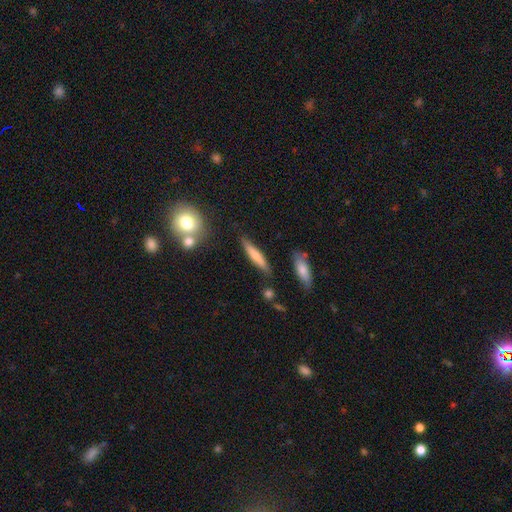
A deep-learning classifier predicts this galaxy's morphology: Q: Smooth or featured?
A: smooth (71%); runner-up: featured or disk (23%)
Q: How rounded?
A: cigar-shaped (86%); runner-up: in between (13%)
Q: Merging?
A: none (80%); runner-up: minor disturbance (12%)